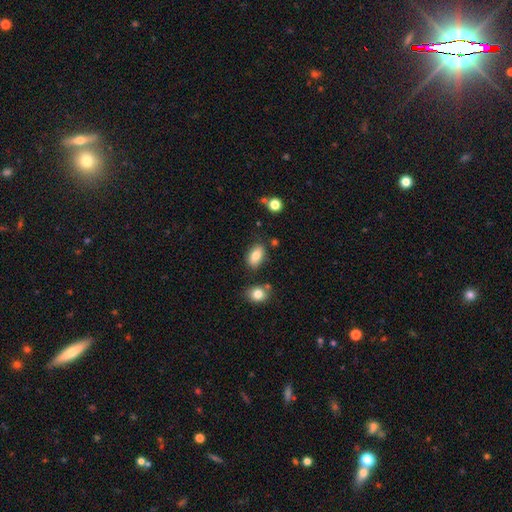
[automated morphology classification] The model was most divided on "merging": none: 79%, minor disturbance: 13%, merger: 5%, major disturbance: 3%. More confident: how rounded — in between (90%); smooth or featured — smooth (83%).